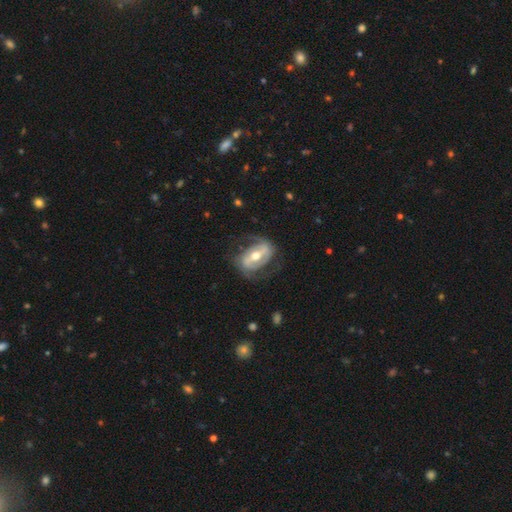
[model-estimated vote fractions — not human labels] Morphology: type=featured or disk (80%); edge-on=no (95%); bar=strong (53%); spiral arms=yes (79%); winding=medium (43%); arm count=2 (83%); bulge=moderate (74%); merging=none (66%).